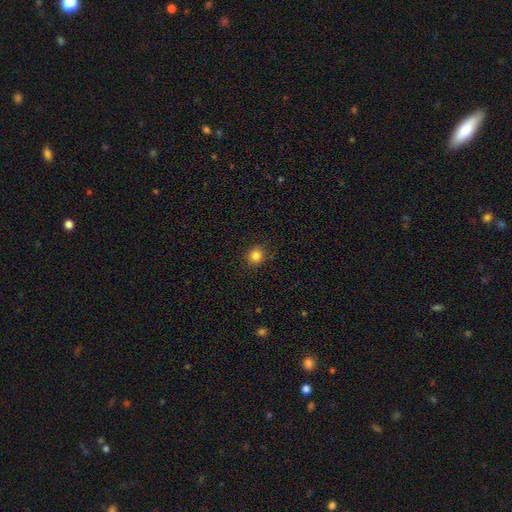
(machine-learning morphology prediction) smooth_or_featured: smooth (p=0.84) [alt: star or artifact p=0.12]
how_rounded: round (p=0.85) [alt: in between p=0.14]
merging: none (p=0.89) [alt: minor disturbance p=0.07]